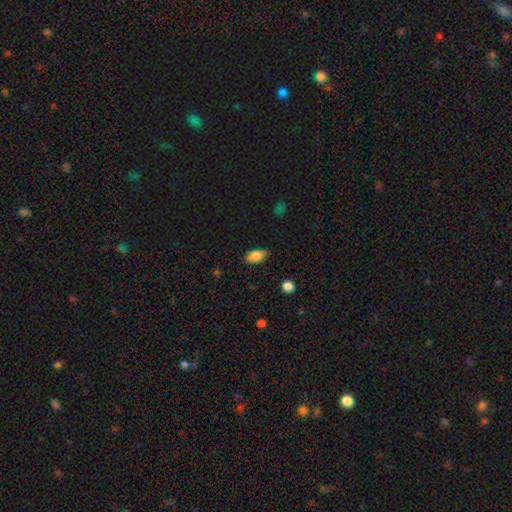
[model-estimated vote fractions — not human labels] A smooth galaxy with no disk features (82%) that is in between round and cigar-shaped (91%). Merging: none (80%).